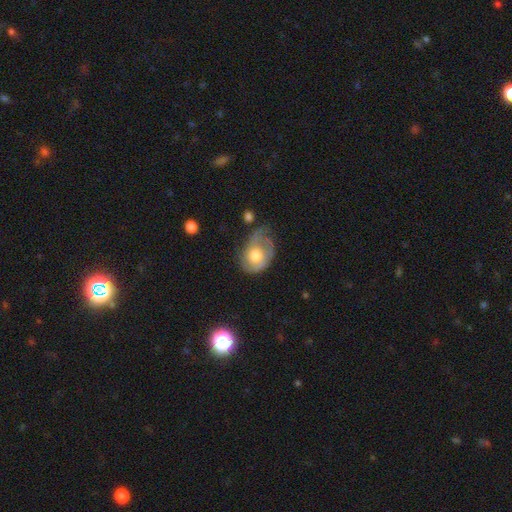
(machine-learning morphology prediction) A smooth galaxy with no disk features (49%).

Vote fractions:
- Smooth or featured? smooth: 49% / featured or disk: 44% / star or artifact: 7%
- Merging? minor disturbance: 37% / major disturbance: 33% / none: 27% / merger: 4%